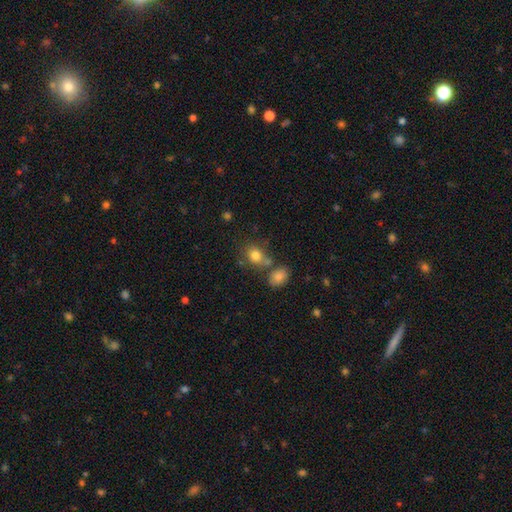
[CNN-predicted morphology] The model was most divided on "how rounded": round: 58%, in between: 40%, cigar-shaped: 1%. More confident: smooth or featured — smooth (80%); merging — none (56%).